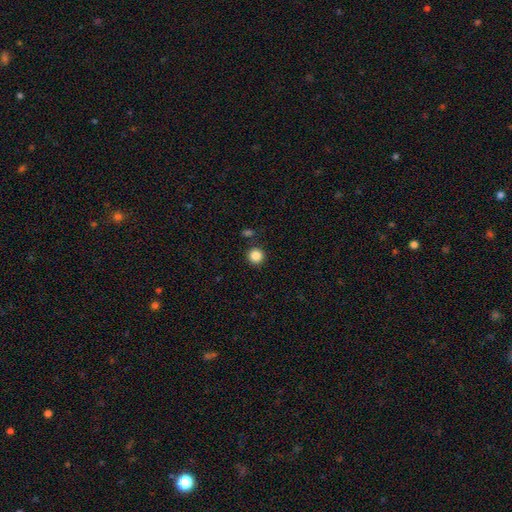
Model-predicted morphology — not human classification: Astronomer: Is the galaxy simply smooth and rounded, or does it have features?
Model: smooth — 86%.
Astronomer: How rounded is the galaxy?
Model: round — 95%.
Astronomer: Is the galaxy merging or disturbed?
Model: none — 89%.